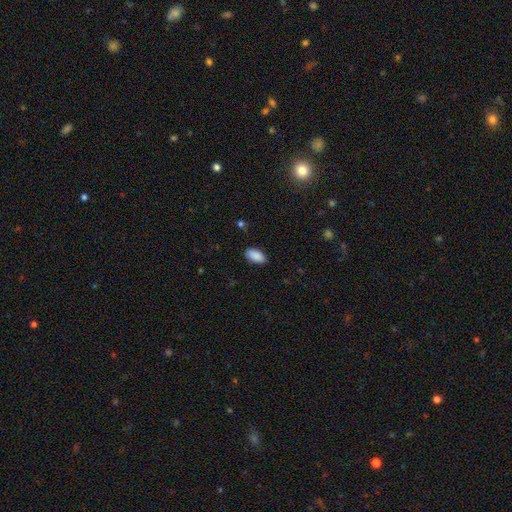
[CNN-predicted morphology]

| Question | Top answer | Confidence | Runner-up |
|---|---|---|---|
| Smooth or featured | smooth | 90% | star or artifact (7%) |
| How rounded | in between | 95% | round (3%) |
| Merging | none | 87% | minor disturbance (9%) |